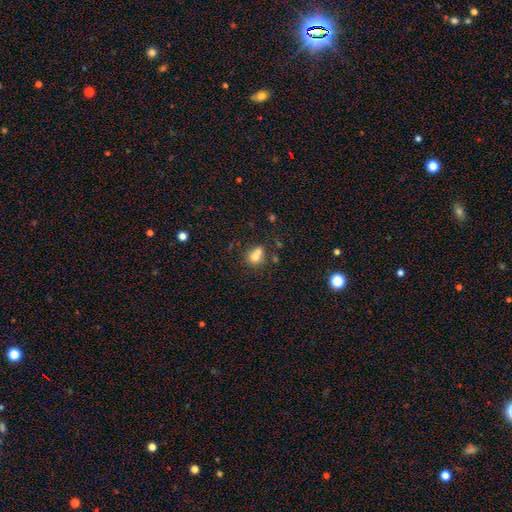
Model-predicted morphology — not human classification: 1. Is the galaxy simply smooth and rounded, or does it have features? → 70% smooth, 17% featured or disk, 13% star or artifact.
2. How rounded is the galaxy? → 77% round, 22% in between, 1% cigar-shaped.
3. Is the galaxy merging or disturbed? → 50% merger, 38% none, 9% minor disturbance, 4% major disturbance.